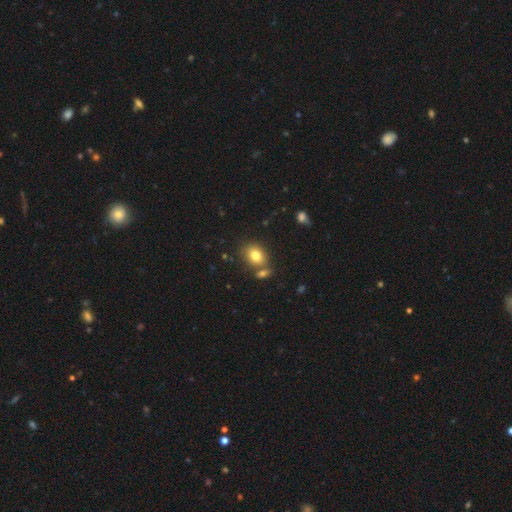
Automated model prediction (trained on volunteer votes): Smooth or featured? Predicted: smooth (p=0.80). How rounded? Predicted: in between (p=0.64). Merging? Predicted: none (p=0.64).